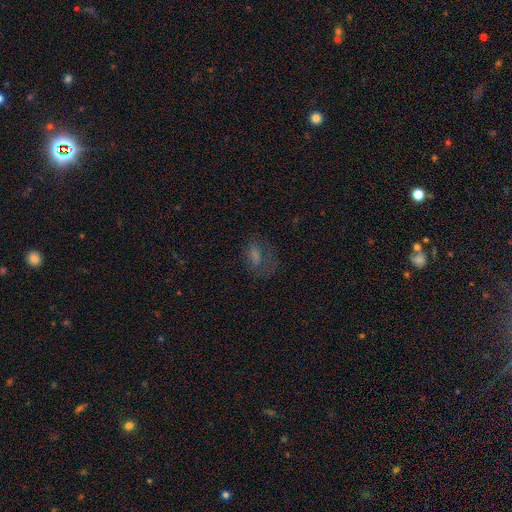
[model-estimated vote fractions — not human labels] The model was most divided on "merging": none: 44%, major disturbance: 30%, minor disturbance: 23%, merger: 3%. More confident: how rounded — in between (78%); smooth or featured — smooth (58%).